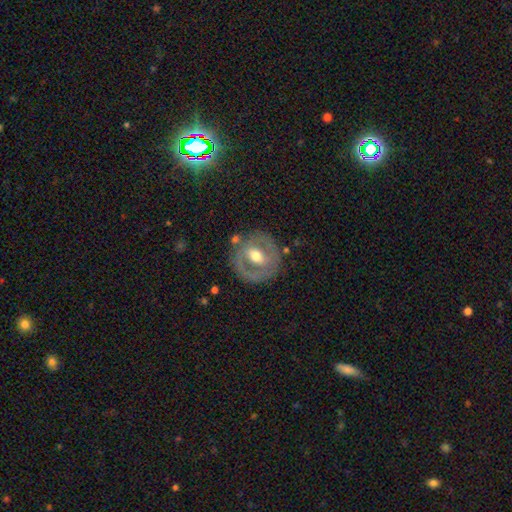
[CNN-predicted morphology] featured or disk 66%, smooth 29%, star or artifact 5%. Down the decision tree: edge-on disk — no (94%); bar — weak (42%); spiral arms — no (65%); bulge size — moderate (76%); merging — none (75%).